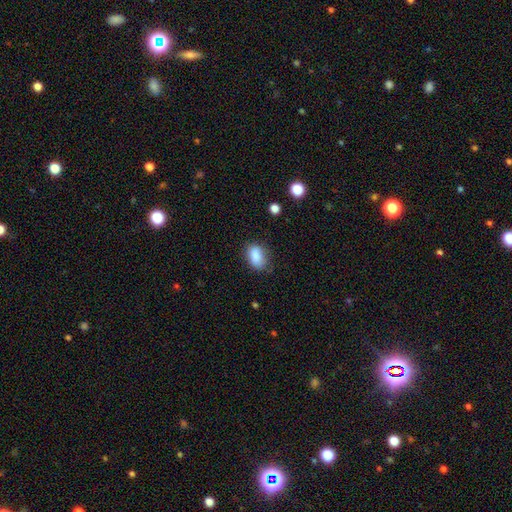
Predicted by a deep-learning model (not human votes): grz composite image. It shows a smooth galaxy with no disk features (87%) that is in between round and cigar-shaped (86%). Merging: none (70%).